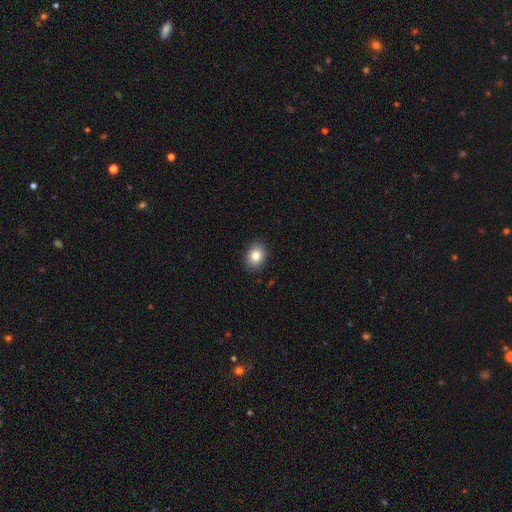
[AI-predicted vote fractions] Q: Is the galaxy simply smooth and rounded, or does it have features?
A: smooth — 83%.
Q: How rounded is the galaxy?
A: in between — 60%.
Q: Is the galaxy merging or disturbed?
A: none — 89%.